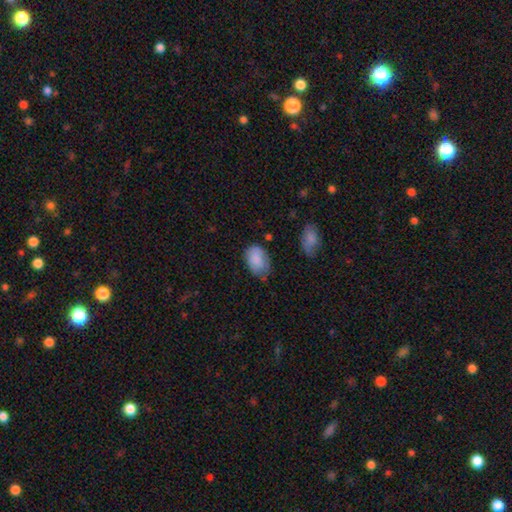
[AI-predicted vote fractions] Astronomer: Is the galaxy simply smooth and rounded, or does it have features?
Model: smooth — 82%.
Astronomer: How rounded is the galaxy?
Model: in between — 87%.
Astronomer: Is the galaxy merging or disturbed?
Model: none — 52% (runner-up: minor disturbance, 35%).